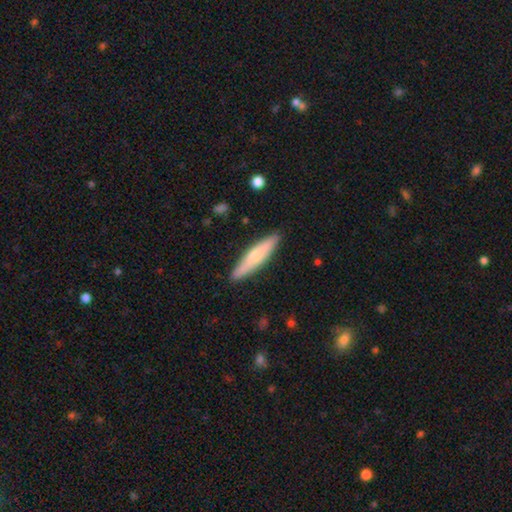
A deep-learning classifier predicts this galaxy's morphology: Q: Smooth or featured?
A: smooth (62%); runner-up: featured or disk (33%)
Q: How rounded?
A: cigar-shaped (83%); runner-up: in between (15%)
Q: Merging?
A: none (88%); runner-up: minor disturbance (9%)